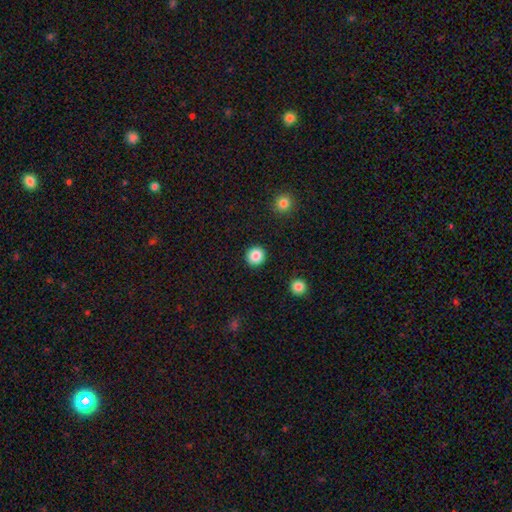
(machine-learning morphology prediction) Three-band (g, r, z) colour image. It shows a smooth galaxy with no disk features (87%) that is round (93%). Merging: none (92%).